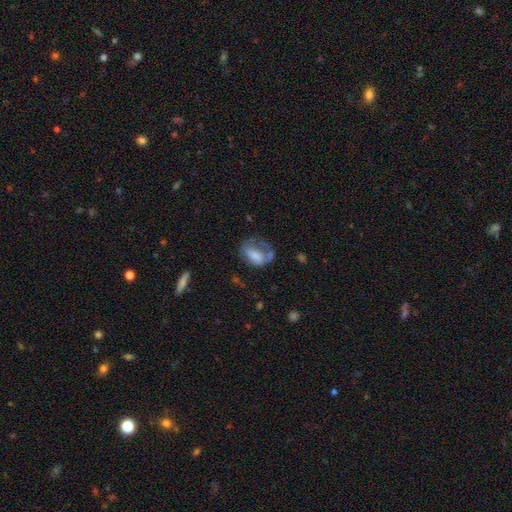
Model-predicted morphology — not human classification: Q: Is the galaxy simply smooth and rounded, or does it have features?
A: smooth — 53%.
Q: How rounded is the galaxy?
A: in between — 74%.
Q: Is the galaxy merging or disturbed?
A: major disturbance — 40%.